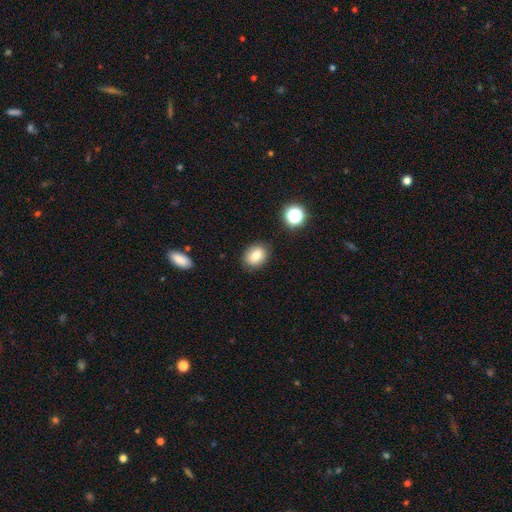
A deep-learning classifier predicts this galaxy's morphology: Overall: smooth (79%). How rounded: in between (52%; round 47%). Merging: none (85%).